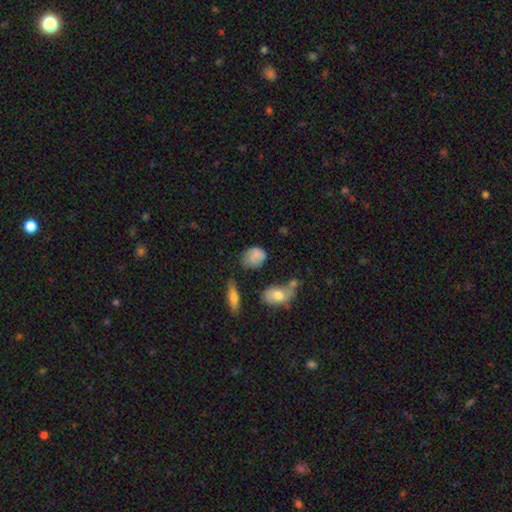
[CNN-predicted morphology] Overall: smooth (77%). How rounded: in between (54%; round 44%). Merging: none (46%; minor disturbance 32%).